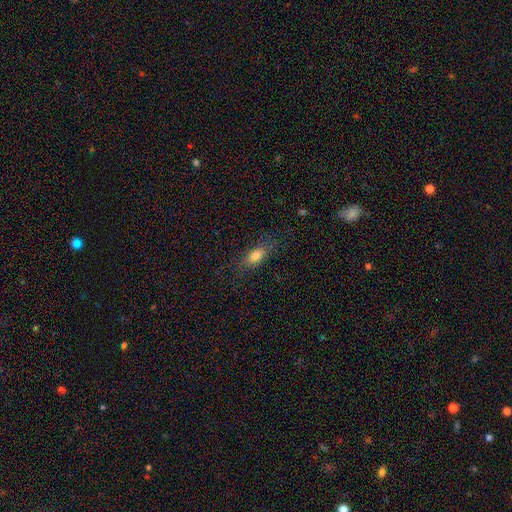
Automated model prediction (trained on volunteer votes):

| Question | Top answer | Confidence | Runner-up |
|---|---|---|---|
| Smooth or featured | smooth | 76% | featured or disk (15%) |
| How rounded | in between | 75% | cigar-shaped (18%) |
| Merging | none | 78% | minor disturbance (15%) |